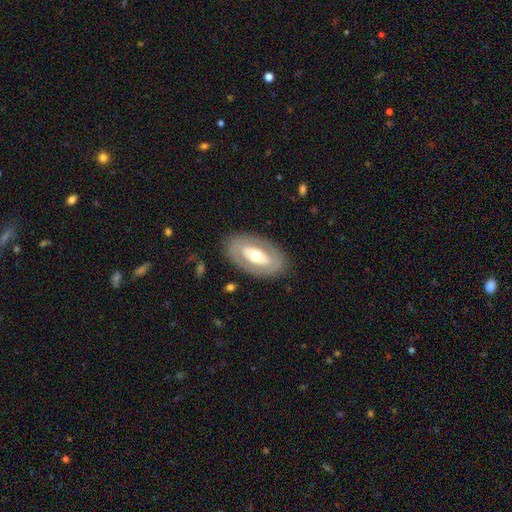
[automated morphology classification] featured or disk 58%, smooth 37%, star or artifact 5%. Down the decision tree: edge-on disk — no (88%); bar — no (68%); spiral arms — no (83%); bulge size — moderate (66%); merging — none (83%).